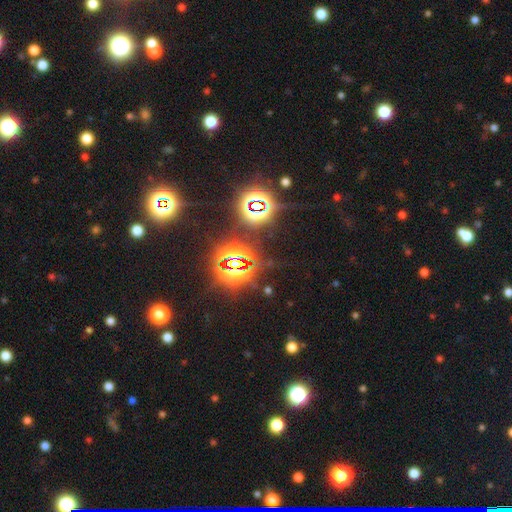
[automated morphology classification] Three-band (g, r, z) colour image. It shows a star or artifact, not a galaxy (77%).